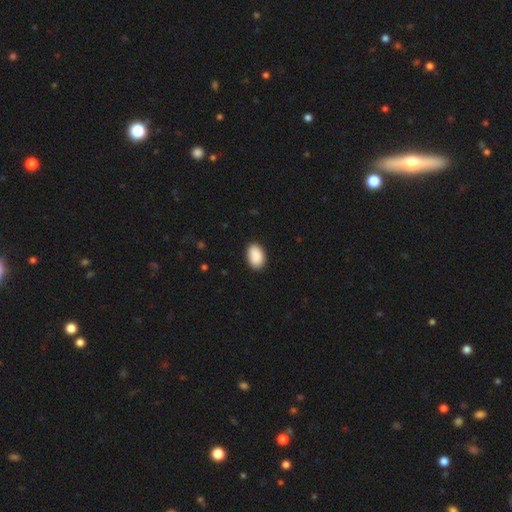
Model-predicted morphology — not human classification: The model was most divided on "merging": none: 87%, minor disturbance: 10%, major disturbance: 2%, merger: 1%. More confident: smooth or featured — smooth (91%); how rounded — in between (91%).